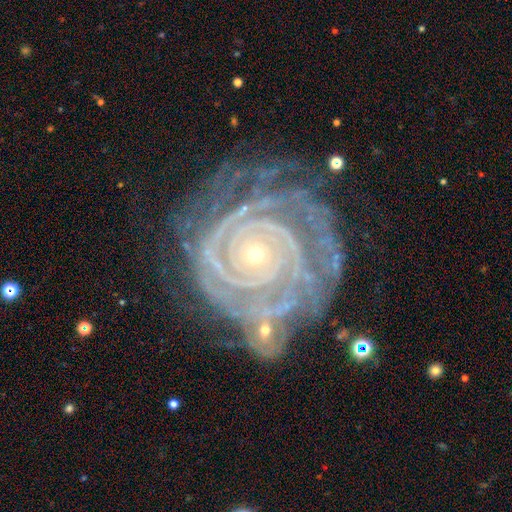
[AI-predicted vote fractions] Q: Smooth or featured?
A: featured or disk (92%); runner-up: star or artifact (5%)
Q: Edge-on disk?
A: no (98%); runner-up: yes (2%)
Q: Bar?
A: no (81%); runner-up: weak (12%)
Q: Spiral arms?
A: yes (98%); runner-up: no (2%)
Q: Spiral winding?
A: tight (89%); runner-up: medium (9%)
Q: Spiral arm count?
A: 2 (26%); runner-up: 3 (22%)
Q: Bulge size?
A: small (85%); runner-up: moderate (12%)
Q: Merging?
A: none (60%); runner-up: minor disturbance (22%)